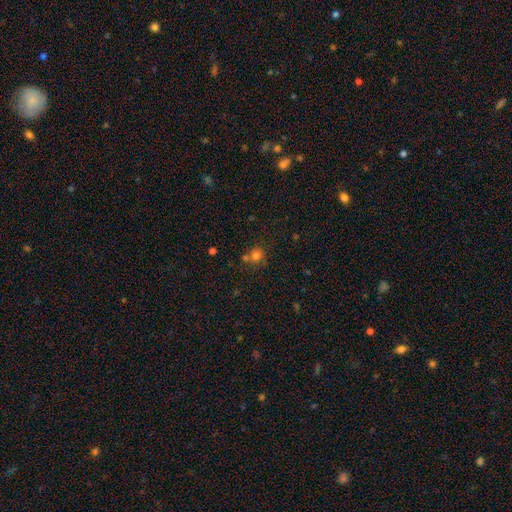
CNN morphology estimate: type=smooth (75%); roundness=round (84%); merging=none (56%).